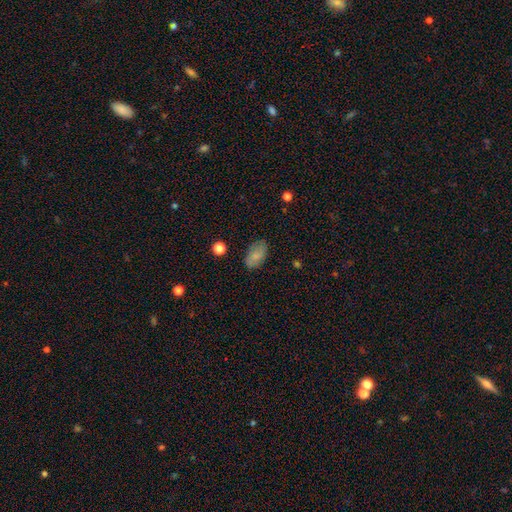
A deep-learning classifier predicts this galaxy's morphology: Q: Smooth or featured?
A: smooth (79%); runner-up: featured or disk (12%)
Q: How rounded?
A: in between (93%); runner-up: round (5%)
Q: Merging?
A: none (79%); runner-up: minor disturbance (16%)